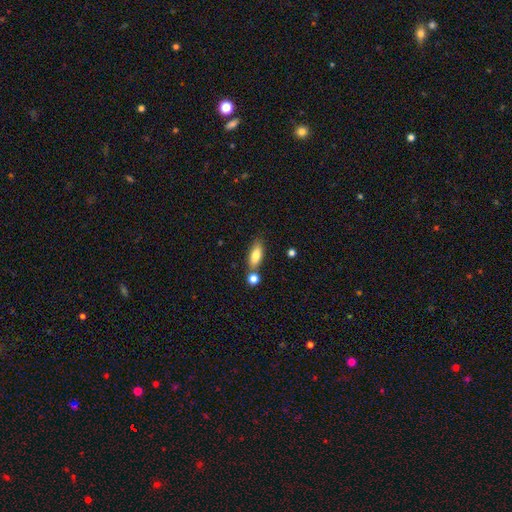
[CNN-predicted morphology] Overall: smooth (79%). How rounded: in between (72%). Merging: none (65%).